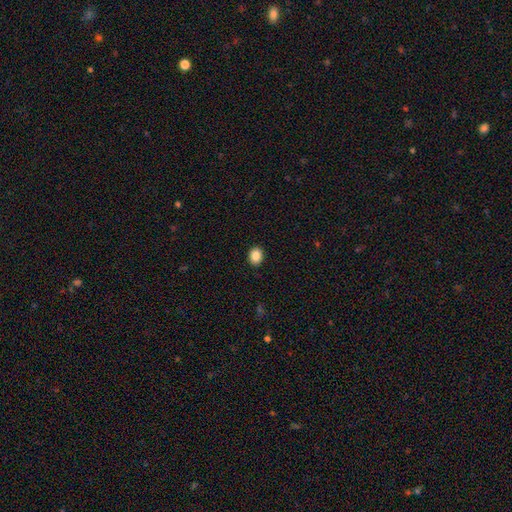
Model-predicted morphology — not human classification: smooth 87%, star or artifact 9%, featured or disk 4%. Down the decision tree: how rounded — in between (52%); merging — none (90%).